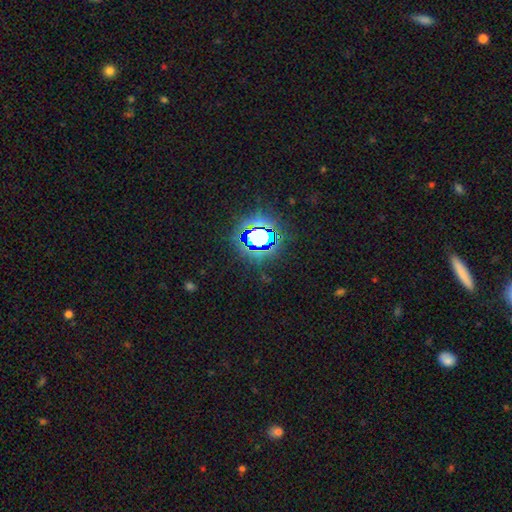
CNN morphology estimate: A star or artifact, not a galaxy (77%).